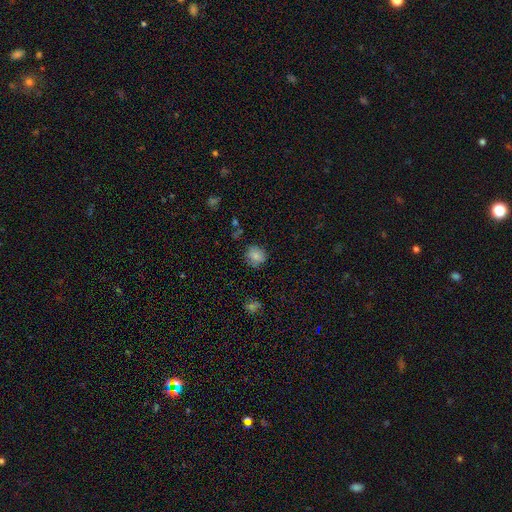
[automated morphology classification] Smooth or featured? Predicted: smooth (p=0.82). How rounded? Predicted: round (p=0.82). Merging? Predicted: none (p=0.80).